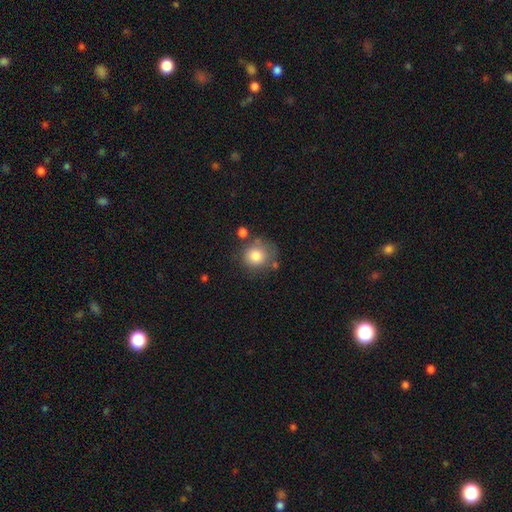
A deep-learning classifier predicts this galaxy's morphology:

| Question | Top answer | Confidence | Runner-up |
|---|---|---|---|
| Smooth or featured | smooth | 80% | featured or disk (11%) |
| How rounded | round | 87% | in between (12%) |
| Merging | none | 63% | minor disturbance (19%) |